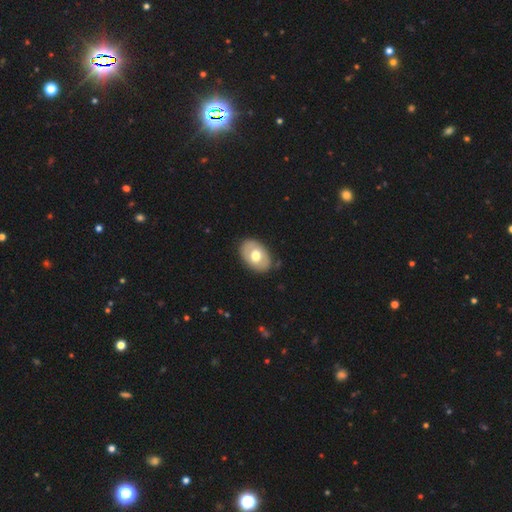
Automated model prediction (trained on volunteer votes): Smooth or featured: smooth — 58% (featured or disk — 36%)
How rounded: in between — 83% (round — 16%)
Merging: none — 84% (minor disturbance — 11%)